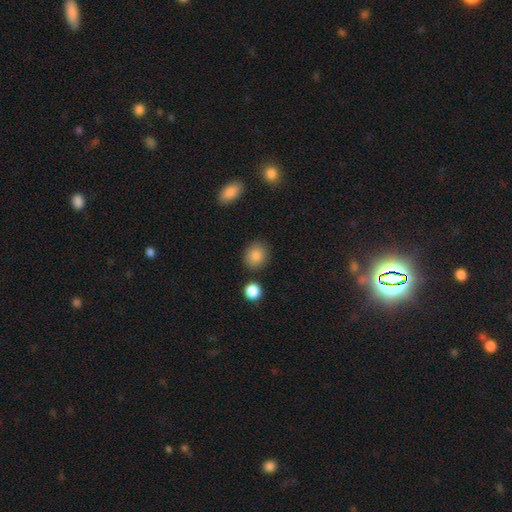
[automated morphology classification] Smooth or featured? Predicted: smooth (p=0.86). How rounded? Predicted: round (p=0.70). Merging? Predicted: none (p=0.85).